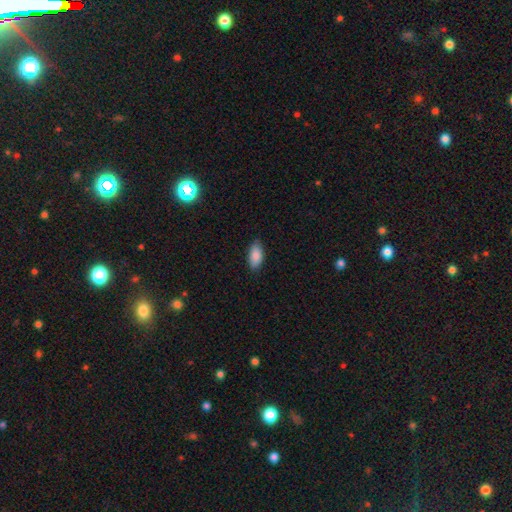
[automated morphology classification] smooth 87%, star or artifact 6%, featured or disk 6%. Down the decision tree: how rounded — in between (90%); merging — none (86%).